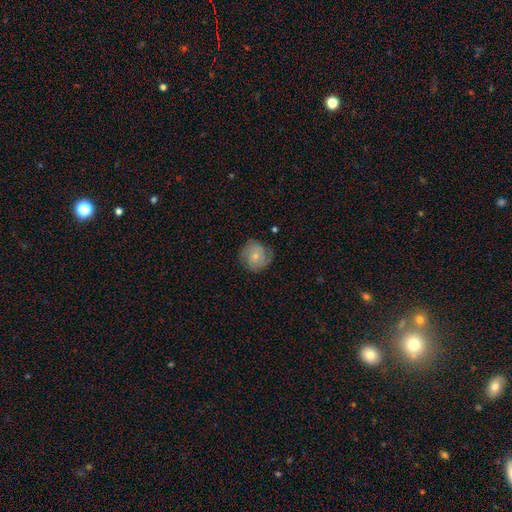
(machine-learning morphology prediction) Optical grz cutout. It shows a featured or disk galaxy (48%). Merging: none (71%).